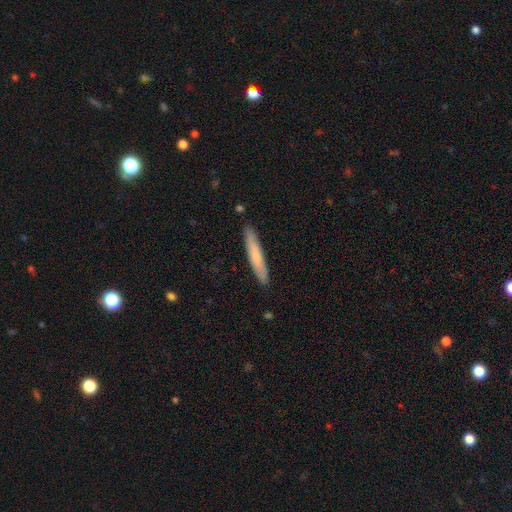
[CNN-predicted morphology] smooth-or-featured: smooth: 67% | featured or disk: 28% | star or artifact: 5%
  how-rounded: cigar-shaped: 94% | in between: 5% | round: 1%
  merging: none: 89% | minor disturbance: 8% | merger: 1% | major disturbance: 1%